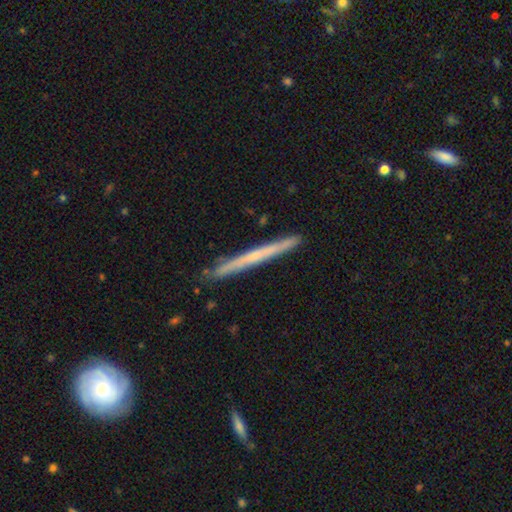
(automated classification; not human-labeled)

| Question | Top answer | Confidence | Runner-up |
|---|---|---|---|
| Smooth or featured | featured or disk | 57% | smooth (37%) |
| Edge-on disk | yes | 97% | no (3%) |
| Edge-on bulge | none | 73% | rounded (23%) |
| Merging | none | 90% | minor disturbance (8%) |